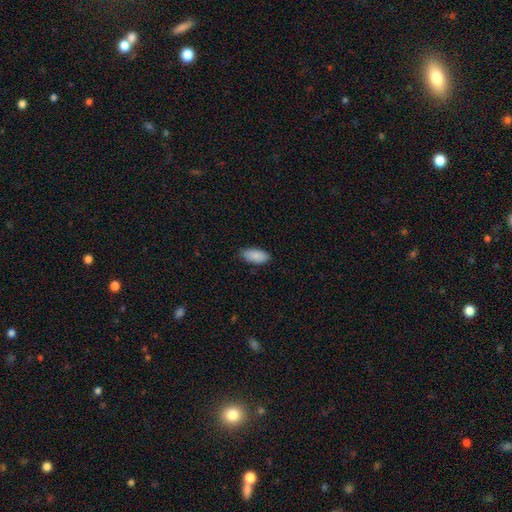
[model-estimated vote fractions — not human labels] Q: Smooth or featured?
A: smooth (87%); runner-up: star or artifact (6%)
Q: How rounded?
A: in between (92%); runner-up: cigar-shaped (6%)
Q: Merging?
A: none (83%); runner-up: minor disturbance (14%)